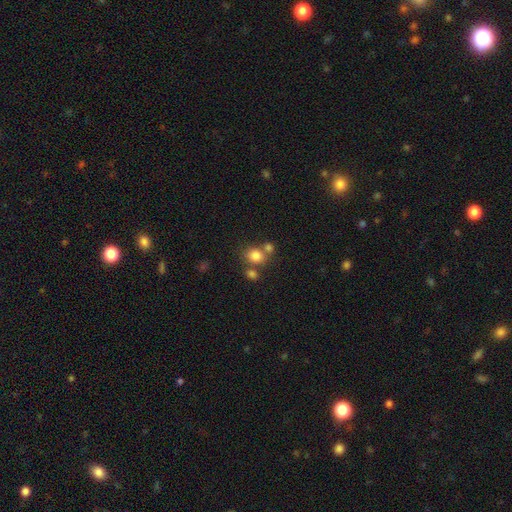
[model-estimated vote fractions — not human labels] Smooth or featured? smooth (81%)
How rounded? round (67%)
Merging? none (56%)